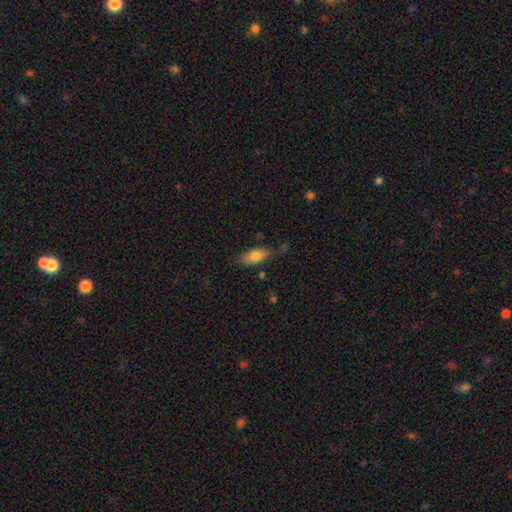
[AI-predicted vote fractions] This appears to be a smooth galaxy with no disk features (77%) that is in between round and cigar-shaped (81%). Merging: none (61%).